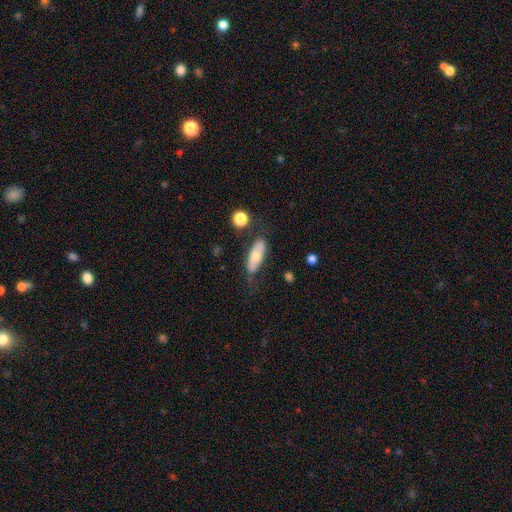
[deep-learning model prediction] smooth-or-featured: smooth: 62% | featured or disk: 32% | star or artifact: 7%
  how-rounded: in between: 70% | cigar-shaped: 27% | round: 3%
  merging: none: 73% | minor disturbance: 18% | major disturbance: 6% | merger: 4%